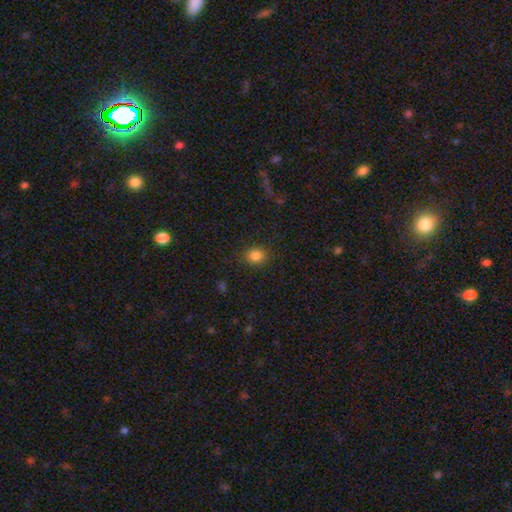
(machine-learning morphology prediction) Smooth or featured? Predicted: smooth (p=0.84). How rounded? Predicted: round (p=0.57). Merging? Predicted: none (p=0.87).